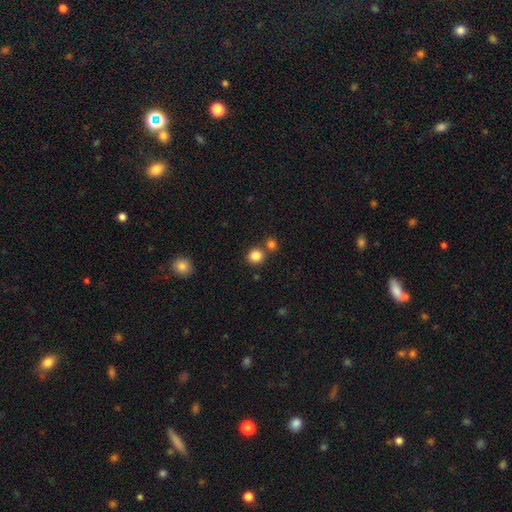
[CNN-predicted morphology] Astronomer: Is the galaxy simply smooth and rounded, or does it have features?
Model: smooth — 84%.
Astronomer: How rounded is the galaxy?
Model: round — 86%.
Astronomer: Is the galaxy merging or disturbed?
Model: none — 72%.